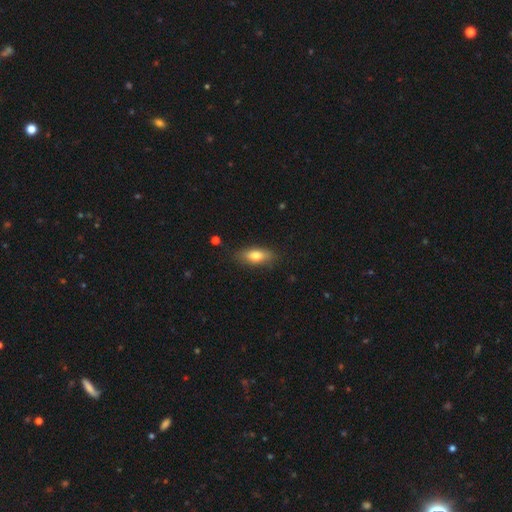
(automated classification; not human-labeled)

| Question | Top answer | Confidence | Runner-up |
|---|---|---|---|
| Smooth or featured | smooth | 76% | featured or disk (17%) |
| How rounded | in between | 76% | cigar-shaped (20%) |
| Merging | none | 81% | minor disturbance (14%) |